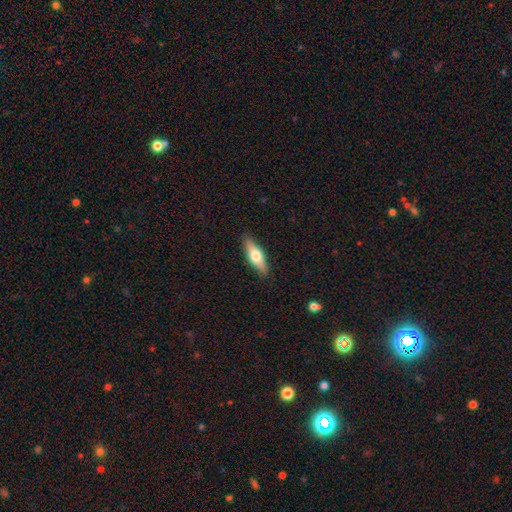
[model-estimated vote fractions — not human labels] smooth_or_featured: smooth (p=0.51) [alt: featured or disk p=0.43]
how_rounded: in between (p=0.51) [alt: cigar-shaped p=0.46]
merging: none (p=0.89) [alt: minor disturbance p=0.08]